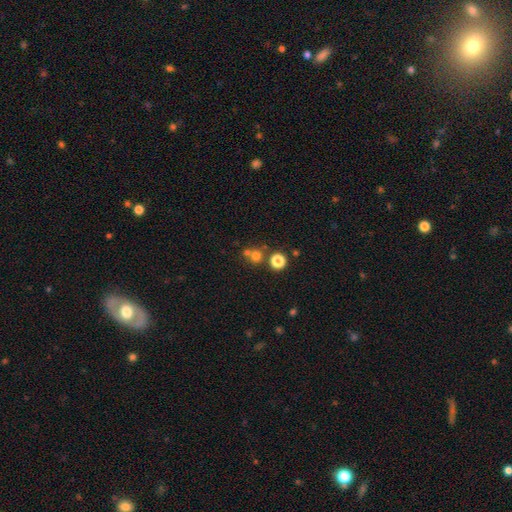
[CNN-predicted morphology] smooth-or-featured: smooth: 70% | star or artifact: 20% | featured or disk: 10%
  how-rounded: round: 90% | in between: 9% | cigar-shaped: 1%
  merging: none: 58% | merger: 32% | minor disturbance: 6% | major disturbance: 3%